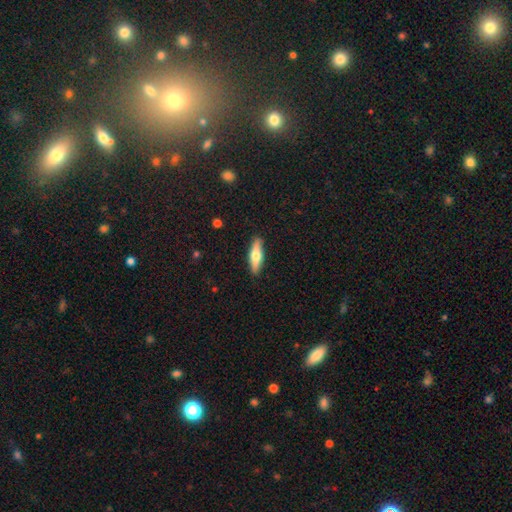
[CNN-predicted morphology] Smooth or featured? Predicted: smooth (p=0.59). How rounded? Predicted: cigar-shaped (p=0.61). Merging? Predicted: none (p=0.89).